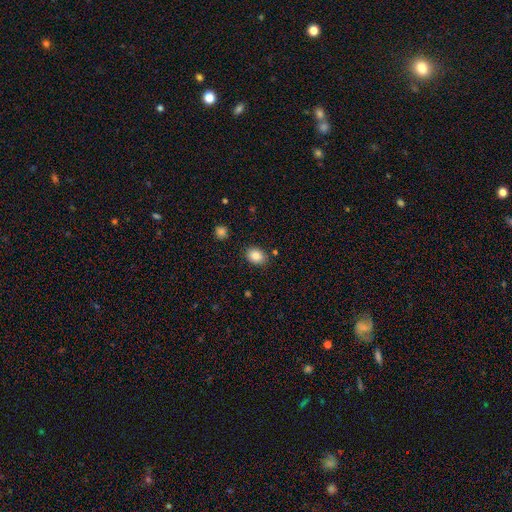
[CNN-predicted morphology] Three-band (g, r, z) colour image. It shows a smooth galaxy with no disk features (85%) that is in between round and cigar-shaped (65%). Merging: none (86%).